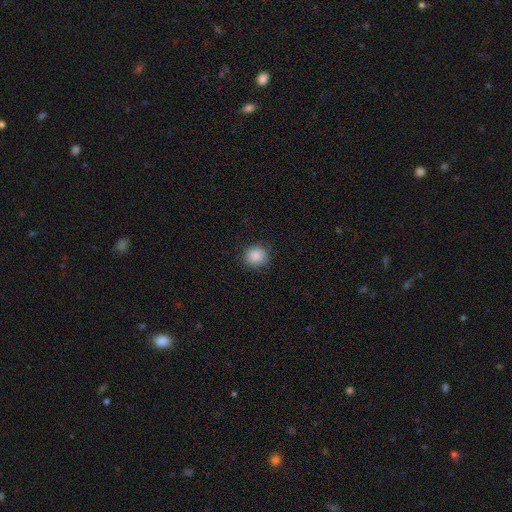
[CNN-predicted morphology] A smooth galaxy with no disk features (88%) that is round (86%). Merging: none (88%).